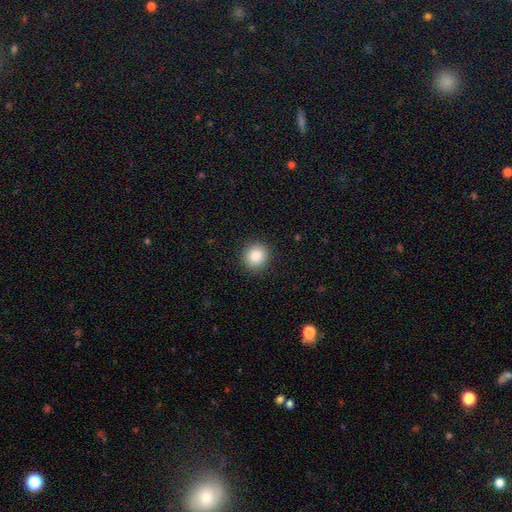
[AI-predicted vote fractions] This is clearly a smooth galaxy (87%). How rounded: clearly round (88%). Merging: clearly none (91%).